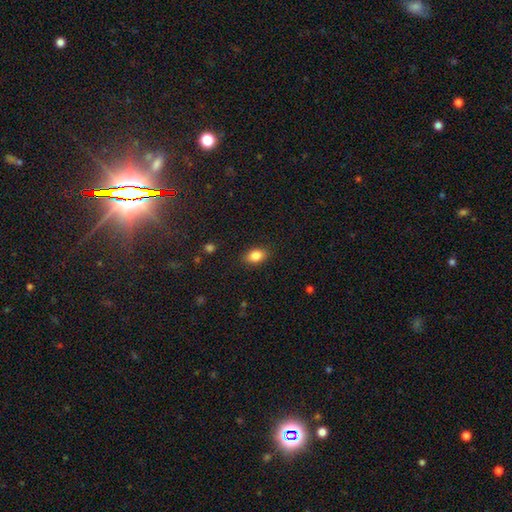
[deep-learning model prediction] This appears to be a smooth galaxy with no disk features (85%) that is in between round and cigar-shaped (82%). Merging: none (87%).